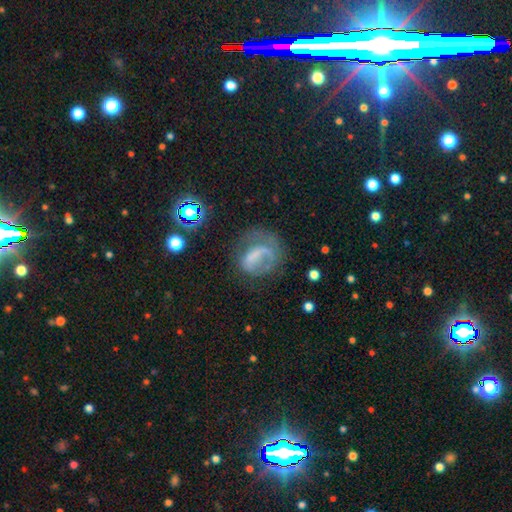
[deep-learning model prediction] Smooth or featured: featured or disk — 50% (smooth — 36%)
Merging: none — 40% (major disturbance — 37%)